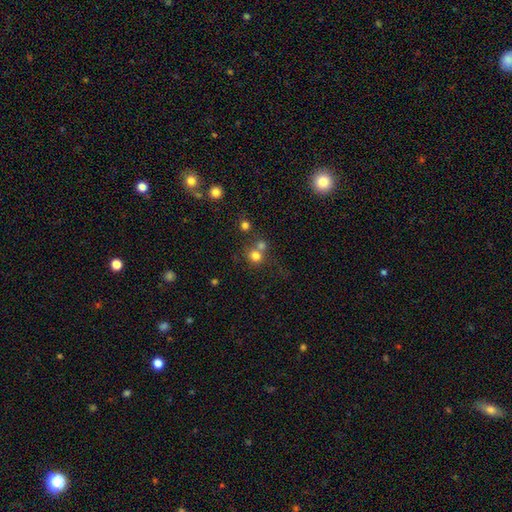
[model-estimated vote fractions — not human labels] Overall: smooth (76%). How rounded: round (86%). Merging: none (51%; merger 37%).